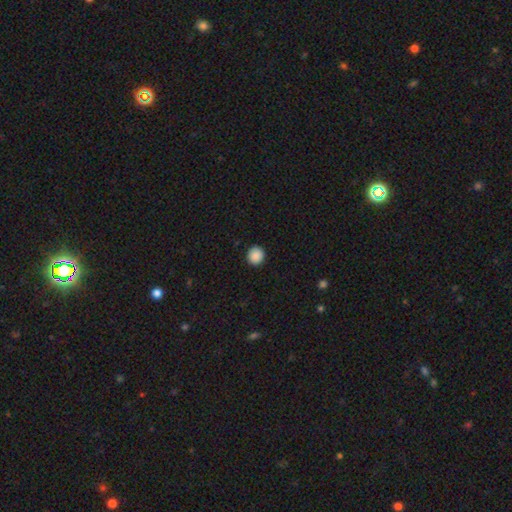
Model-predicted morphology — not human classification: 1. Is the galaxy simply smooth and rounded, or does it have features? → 89% smooth, 9% star or artifact, 3% featured or disk.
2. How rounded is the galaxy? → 93% round, 7% in between, 1% cigar-shaped.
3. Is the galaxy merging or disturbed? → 93% none, 5% minor disturbance, 2% major disturbance, 1% merger.